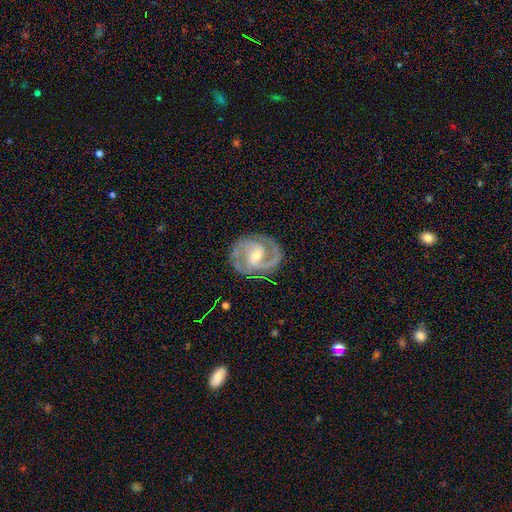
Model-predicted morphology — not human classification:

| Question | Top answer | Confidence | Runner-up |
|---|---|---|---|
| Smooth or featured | featured or disk | 90% | smooth (5%) |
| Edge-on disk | no | 98% | yes (2%) |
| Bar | weak | 45% | no (33%) |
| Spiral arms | yes | 97% | no (3%) |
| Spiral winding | medium | 50% | tight (41%) |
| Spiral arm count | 2 | 82% | 3 (8%) |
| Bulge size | moderate | 49% | small (47%) |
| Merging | none | 80% | minor disturbance (14%) |